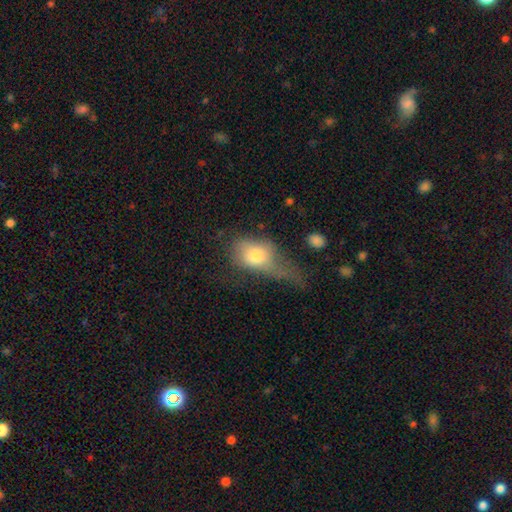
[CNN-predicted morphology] A smooth galaxy with no disk features (70%) that is in between round and cigar-shaped (74%).

Vote fractions:
- Smooth or featured? smooth: 70% / featured or disk: 21% / star or artifact: 9%
- How rounded? in between: 74% / round: 22% / cigar-shaped: 4%
- Merging? major disturbance: 52% / minor disturbance: 24% / none: 16% / merger: 7%